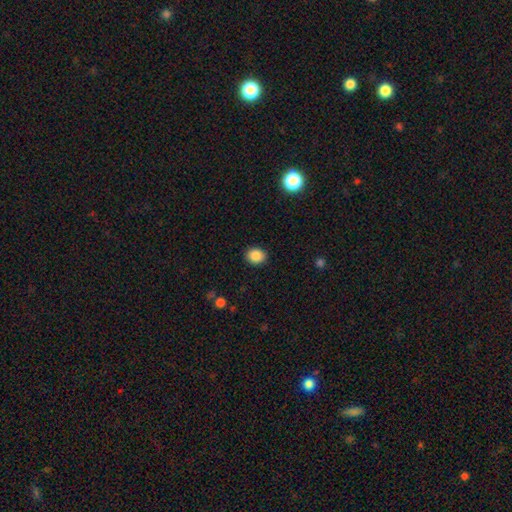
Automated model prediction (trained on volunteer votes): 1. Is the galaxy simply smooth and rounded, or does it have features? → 87% smooth, 9% star or artifact, 4% featured or disk.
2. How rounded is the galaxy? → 60% round, 39% in between, 1% cigar-shaped.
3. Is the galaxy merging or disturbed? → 90% none, 7% minor disturbance, 2% major disturbance, 1% merger.